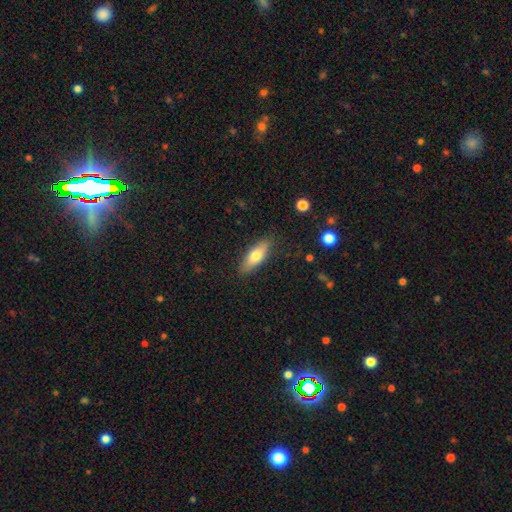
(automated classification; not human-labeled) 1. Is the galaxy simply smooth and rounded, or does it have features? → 71% smooth, 23% featured or disk, 6% star or artifact.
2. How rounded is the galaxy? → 61% in between, 36% cigar-shaped, 2% round.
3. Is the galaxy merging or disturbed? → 85% none, 11% minor disturbance, 3% major disturbance, 1% merger.